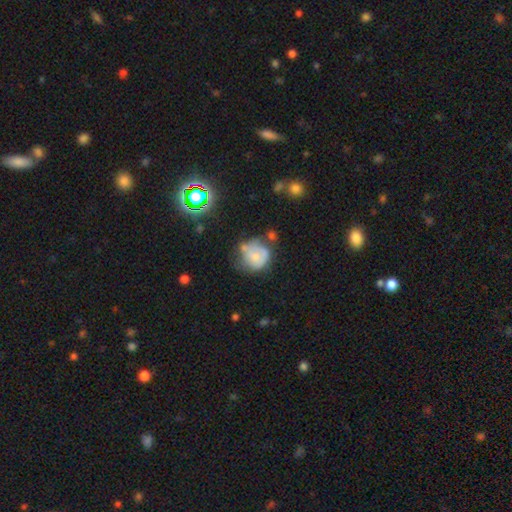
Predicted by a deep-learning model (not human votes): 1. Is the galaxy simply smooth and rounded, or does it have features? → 59% smooth, 30% featured or disk, 10% star or artifact.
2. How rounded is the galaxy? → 77% round, 22% in between, 1% cigar-shaped.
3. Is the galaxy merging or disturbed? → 36% none, 31% minor disturbance, 19% major disturbance, 13% merger.